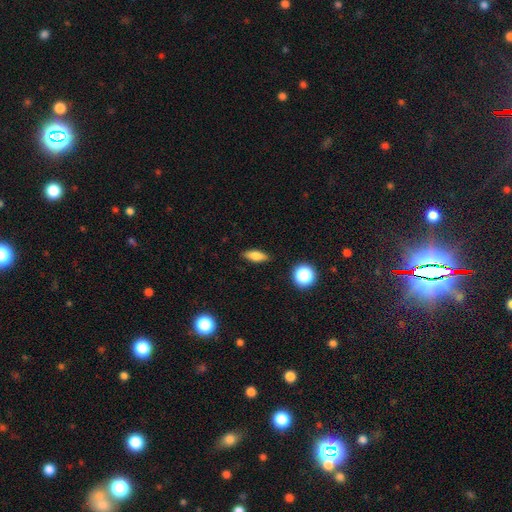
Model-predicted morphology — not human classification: The model was most divided on "how rounded": in between: 69%, cigar-shaped: 25%, round: 6%. More confident: merging — none (88%); smooth or featured — smooth (75%).